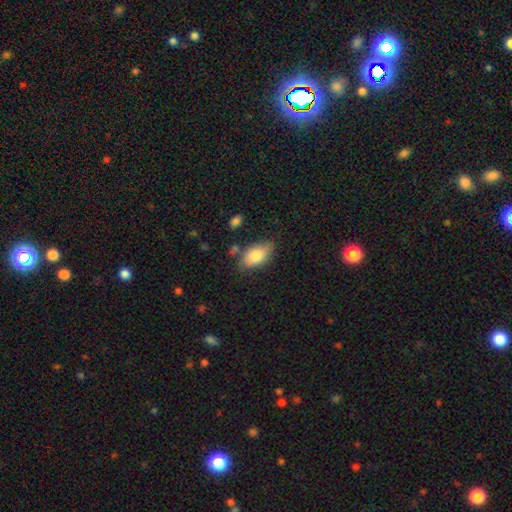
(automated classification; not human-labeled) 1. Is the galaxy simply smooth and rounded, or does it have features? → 80% smooth, 14% featured or disk, 7% star or artifact.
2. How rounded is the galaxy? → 92% in between, 5% round, 4% cigar-shaped.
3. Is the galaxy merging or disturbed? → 68% none, 23% minor disturbance, 5% major disturbance, 4% merger.